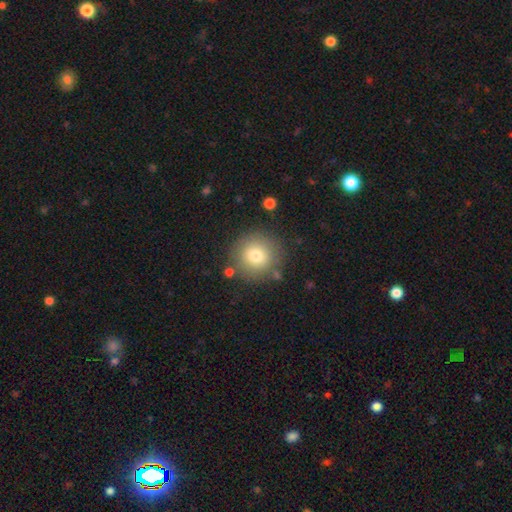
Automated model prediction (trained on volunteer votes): Smooth or featured?
  - smooth: 77% *
  - featured or disk: 12%
  - star or artifact: 11%
How rounded?
  - round: 94% *
  - in between: 5%
  - cigar-shaped: 1%
Merging?
  - none: 83% *
  - minor disturbance: 9%
  - merger: 4%
  - major disturbance: 4%